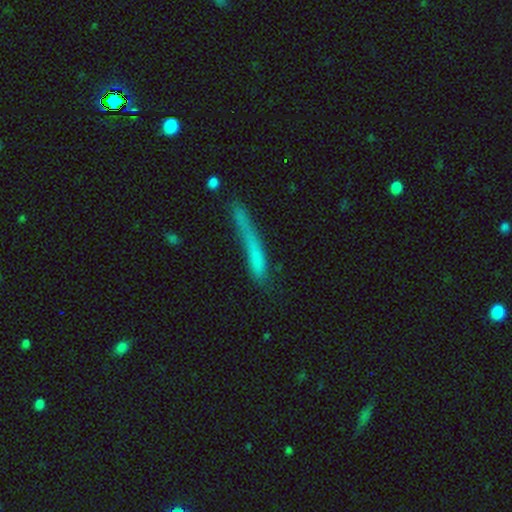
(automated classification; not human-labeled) Q: Smooth or featured?
A: smooth (66%); runner-up: featured or disk (24%)
Q: How rounded?
A: cigar-shaped (93%); runner-up: in between (5%)
Q: Merging?
A: none (51%); runner-up: minor disturbance (25%)